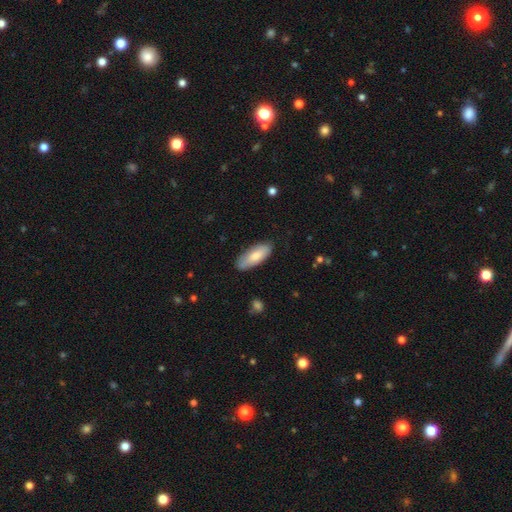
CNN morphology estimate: Overall: smooth (79%). How rounded: in between (81%). Merging: none (82%).